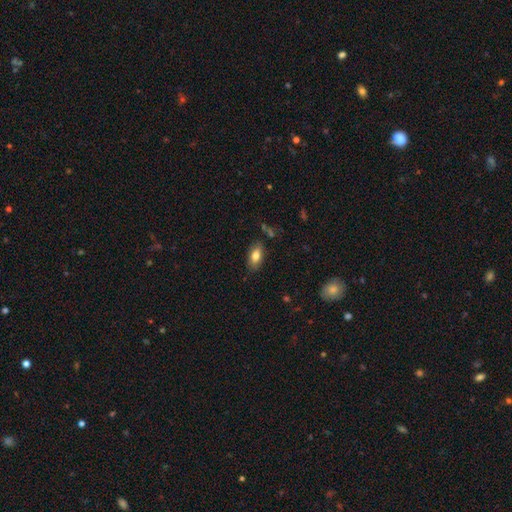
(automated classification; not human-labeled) smooth-or-featured: smooth: 78% | featured or disk: 14% | star or artifact: 8%
  how-rounded: in between: 88% | cigar-shaped: 8% | round: 4%
  merging: none: 80% | minor disturbance: 14% | major disturbance: 3% | merger: 3%